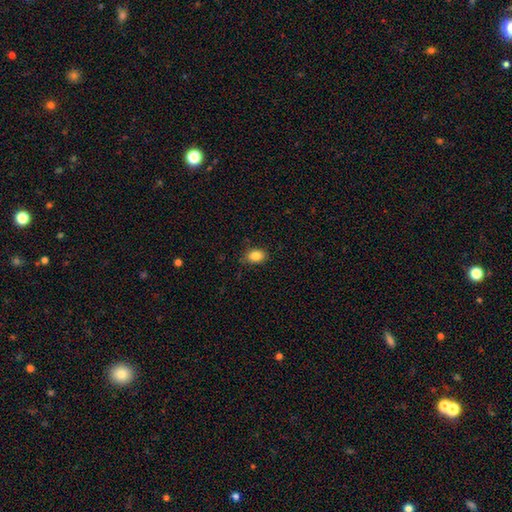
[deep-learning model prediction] Morphology: type=smooth (85%); roundness=in between (76%); merging=none (81%).